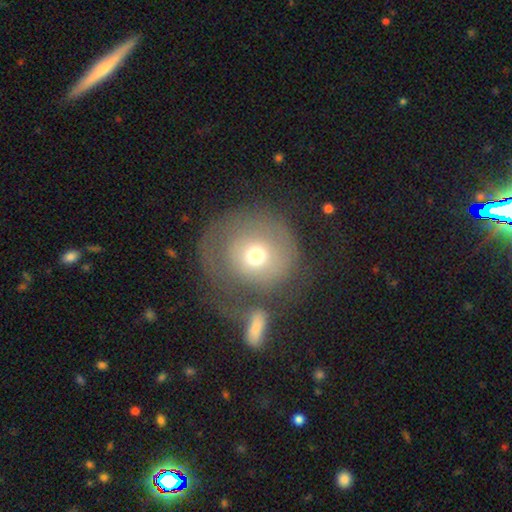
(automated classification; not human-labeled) Smooth or featured: smooth — 54% (featured or disk — 35%)
How rounded: round — 88% (in between — 11%)
Merging: none — 37% (major disturbance — 32%)